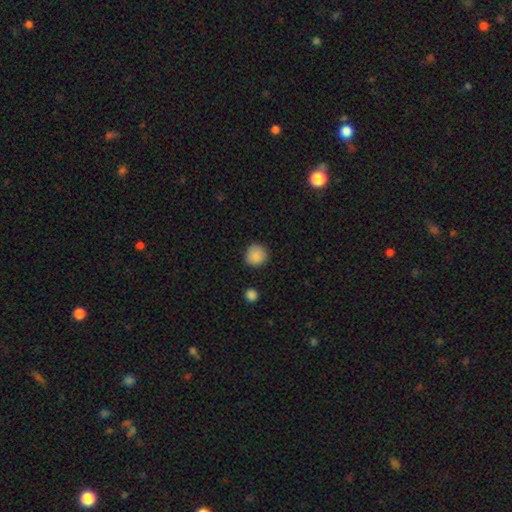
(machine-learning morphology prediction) Smooth or featured: smooth — 88% (star or artifact — 8%)
How rounded: round — 93% (in between — 6%)
Merging: none — 89% (minor disturbance — 7%)